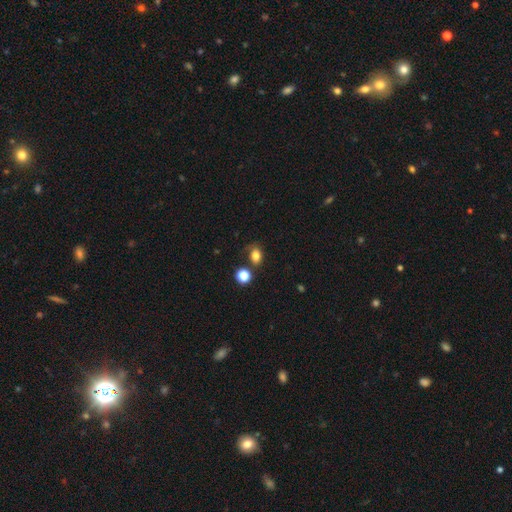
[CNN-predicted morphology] Smooth or featured: smooth — 81% (star or artifact — 13%)
How rounded: in between — 65% (round — 33%)
Merging: none — 67% (minor disturbance — 18%)